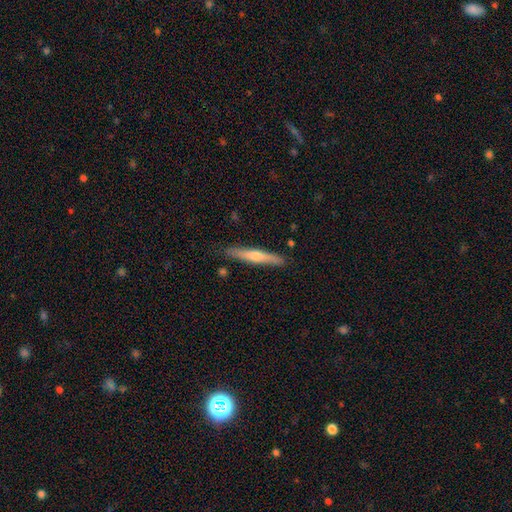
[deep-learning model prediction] Morphology: type=featured or disk (51%); edge-on=yes (95%); merging=none (87%).